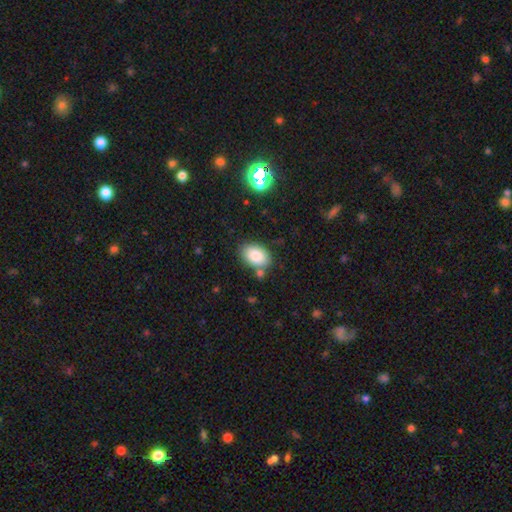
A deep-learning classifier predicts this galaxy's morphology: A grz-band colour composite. It shows a smooth galaxy with no disk features (83%) that is in between round and cigar-shaped (87%). Merging: none (76%).